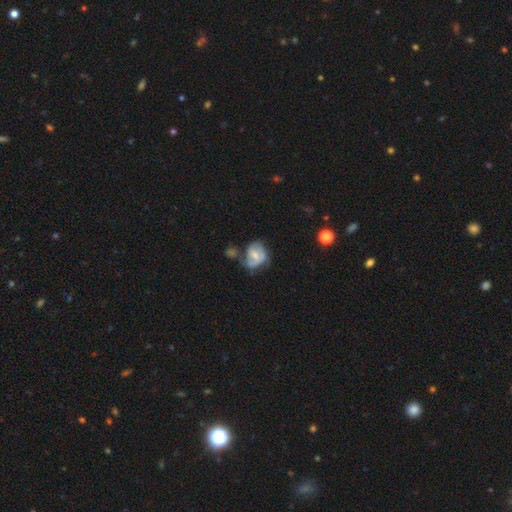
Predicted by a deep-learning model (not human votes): Q: Smooth or featured?
A: featured or disk (59%); runner-up: smooth (33%)
Q: Edge-on disk?
A: no (97%); runner-up: yes (3%)
Q: Bar?
A: no (49%); runner-up: weak (40%)
Q: Spiral arms?
A: yes (73%); runner-up: no (27%)
Q: Bulge size?
A: moderate (47%); runner-up: small (44%)
Q: Merging?
A: none (34%); runner-up: minor disturbance (26%)